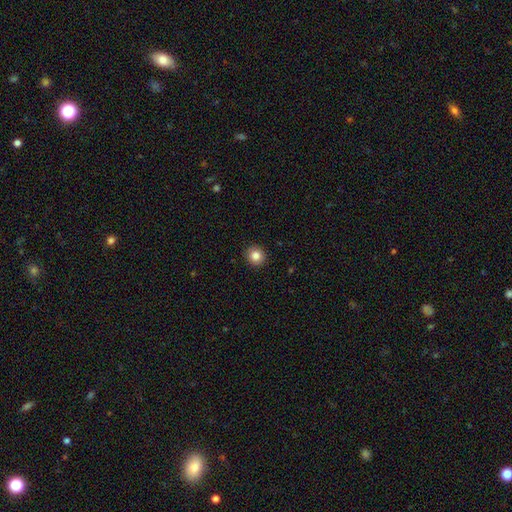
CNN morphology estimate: The model was most divided on "smooth or featured": smooth: 84%, star or artifact: 10%, featured or disk: 6%. More confident: merging — none (92%); how rounded — round (89%).